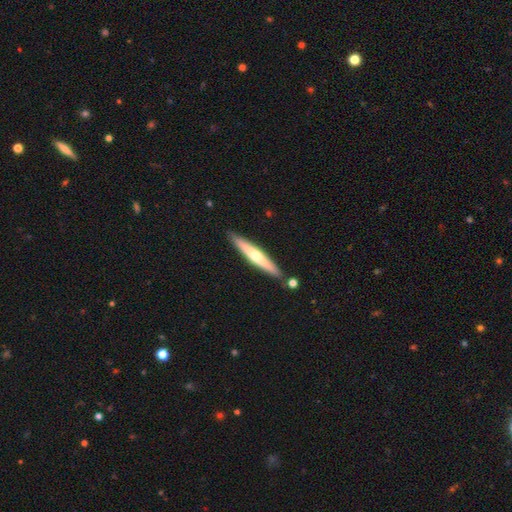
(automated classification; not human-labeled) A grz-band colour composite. It shows a featured or disk galaxy (52%) viewed edge-on (94%). Merging: none (86%).